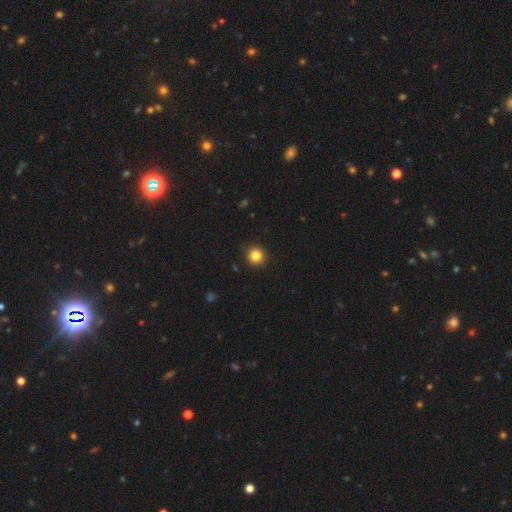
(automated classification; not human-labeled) Smooth or featured?
  - smooth: 84% *
  - star or artifact: 12%
  - featured or disk: 4%
How rounded?
  - round: 95% *
  - in between: 4%
  - cigar-shaped: 1%
Merging?
  - none: 92% *
  - minor disturbance: 5%
  - major disturbance: 2%
  - merger: 1%